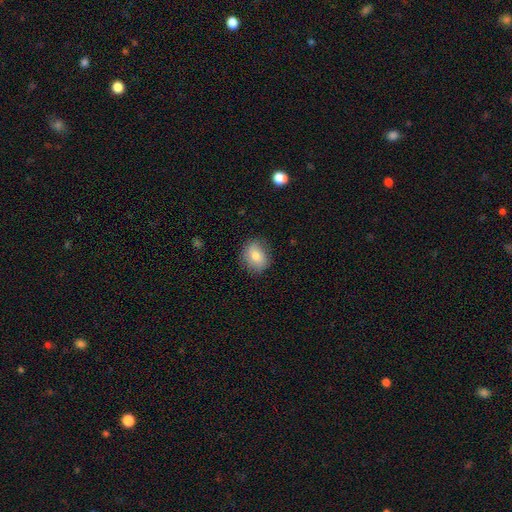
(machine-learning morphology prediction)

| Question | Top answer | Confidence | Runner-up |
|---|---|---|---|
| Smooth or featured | smooth | 78% | featured or disk (14%) |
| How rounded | round | 56% | in between (43%) |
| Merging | none | 82% | minor disturbance (13%) |